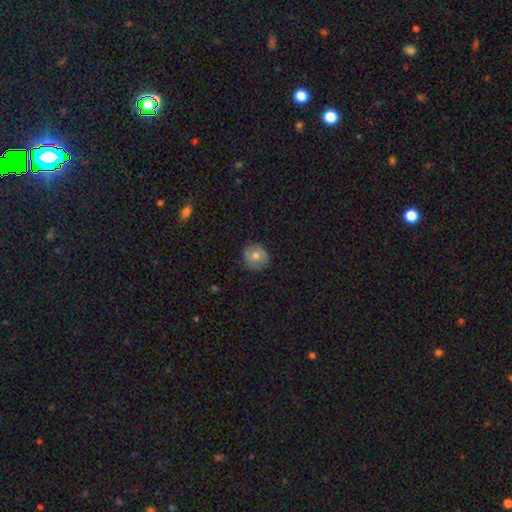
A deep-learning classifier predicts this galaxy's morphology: The model was most divided on "smooth or featured": smooth: 65%, featured or disk: 25%, star or artifact: 9%. More confident: how rounded — round (89%); merging — none (85%).